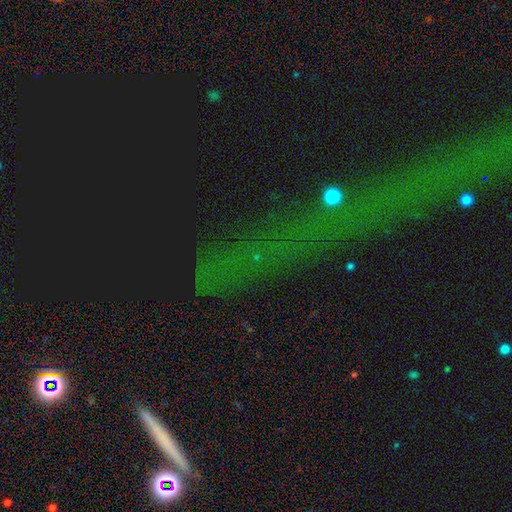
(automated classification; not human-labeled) Overall: star or artifact (73%).